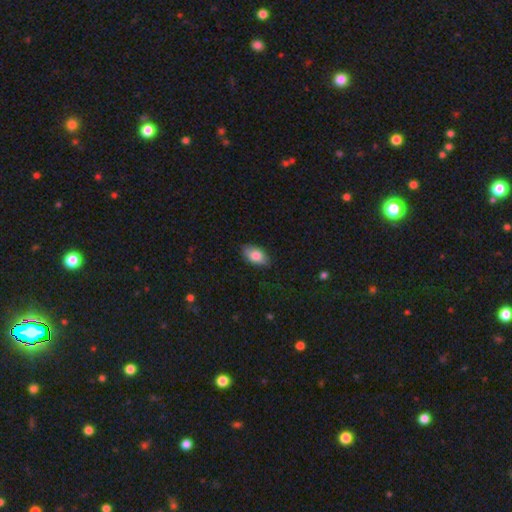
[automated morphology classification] Smooth or featured: smooth — 82% (featured or disk — 12%)
How rounded: in between — 92% (round — 5%)
Merging: none — 86% (minor disturbance — 11%)